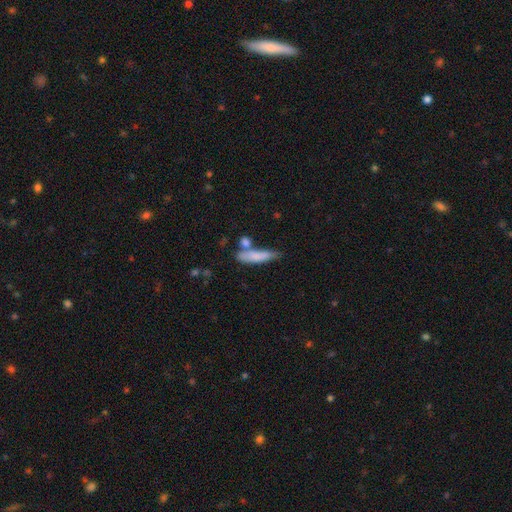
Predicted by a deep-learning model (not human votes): The model was most divided on "merging": none: 54%, minor disturbance: 21%, merger: 19%, major disturbance: 6%. More confident: smooth or featured — smooth (77%); how rounded — cigar-shaped (73%).